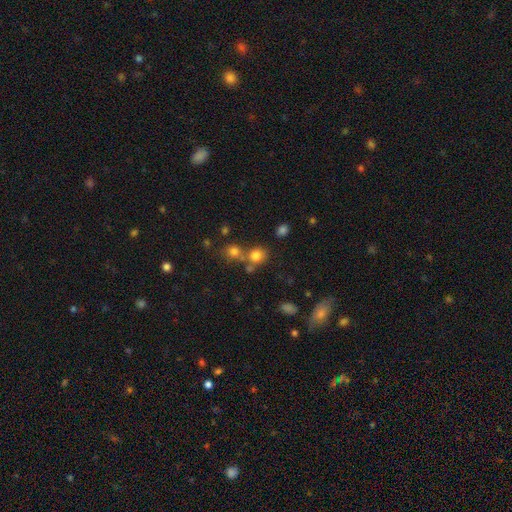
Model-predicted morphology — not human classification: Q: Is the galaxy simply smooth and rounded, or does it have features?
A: smooth — 78%.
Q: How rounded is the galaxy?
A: round — 81%.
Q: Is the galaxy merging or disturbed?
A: none — 58%.